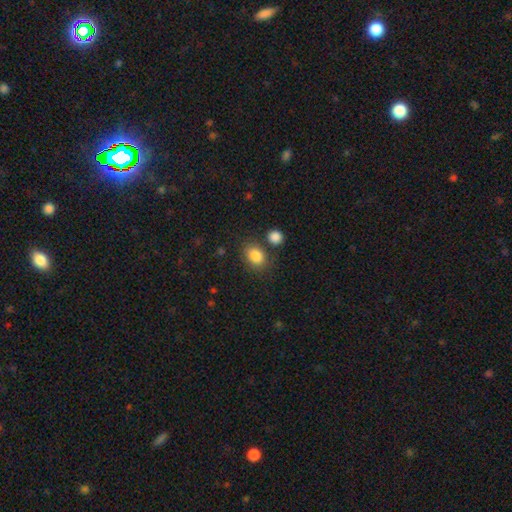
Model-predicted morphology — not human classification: smooth 85%, star or artifact 9%, featured or disk 6%. Down the decision tree: how rounded — in between (55%); merging — none (73%).